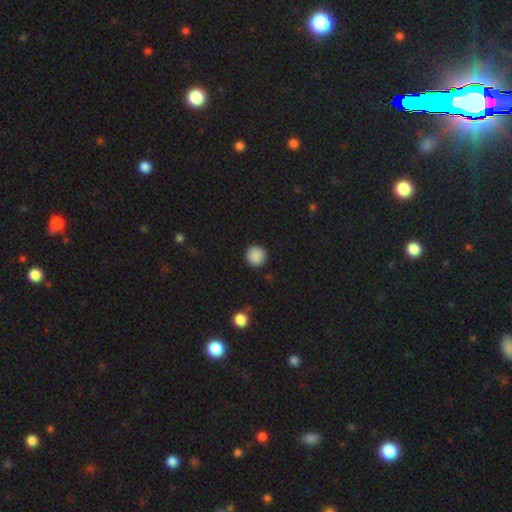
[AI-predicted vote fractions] This appears to be a smooth galaxy with no disk features (89%) that is round (95%). Merging: none (92%).